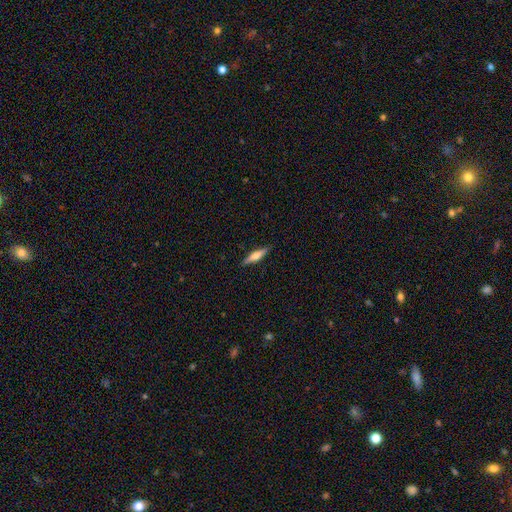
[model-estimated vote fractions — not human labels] Smooth or featured: featured or disk — 50% (smooth — 44%)
Edge-on disk: yes — 95% (no — 5%)
Merging: none — 89% (minor disturbance — 8%)